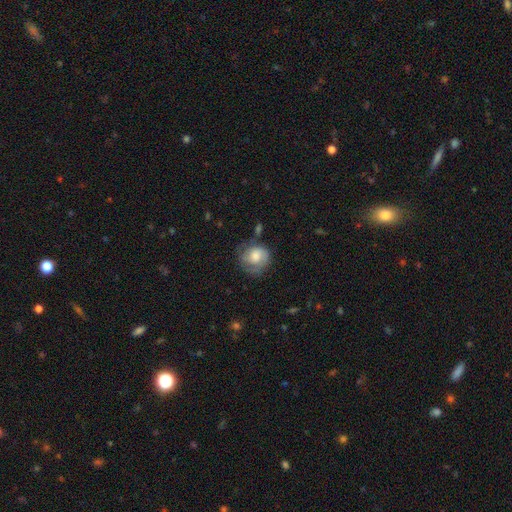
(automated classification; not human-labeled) Q: Smooth or featured?
A: smooth (52%); runner-up: featured or disk (40%)
Q: How rounded?
A: round (78%); runner-up: in between (21%)
Q: Merging?
A: none (57%); runner-up: minor disturbance (26%)